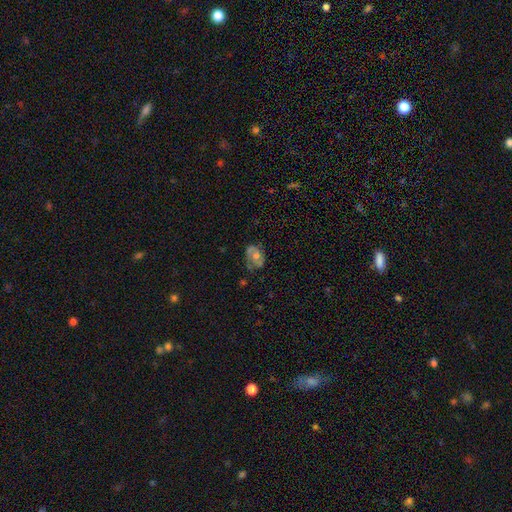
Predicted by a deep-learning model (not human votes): featured or disk 58%, smooth 29%, star or artifact 13%. Down the decision tree: edge-on disk — no (96%); bar — no (76%); spiral arms — yes (66%); bulge size — moderate (64%); merging — none (65%).